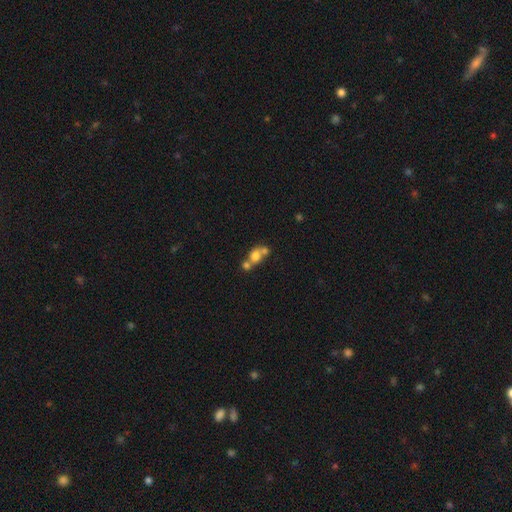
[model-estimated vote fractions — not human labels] Smooth or featured?
  - smooth: 69% *
  - featured or disk: 19%
  - star or artifact: 12%
How rounded?
  - round: 60% *
  - in between: 38%
  - cigar-shaped: 2%
Merging?
  - merger: 60% *
  - none: 27%
  - minor disturbance: 8%
  - major disturbance: 5%